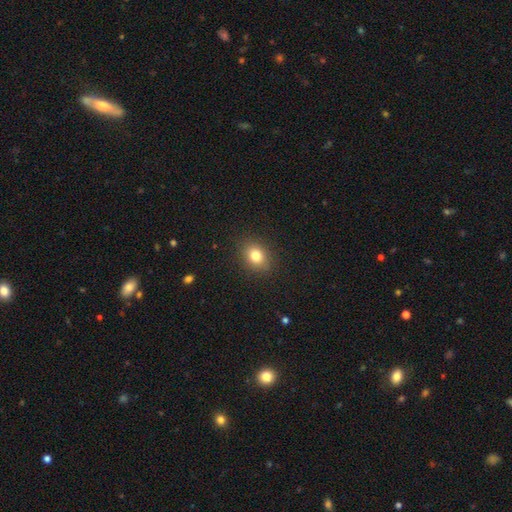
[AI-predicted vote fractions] This is clearly a smooth galaxy (80%). How rounded: possibly in between (54%). Merging: clearly none (88%).